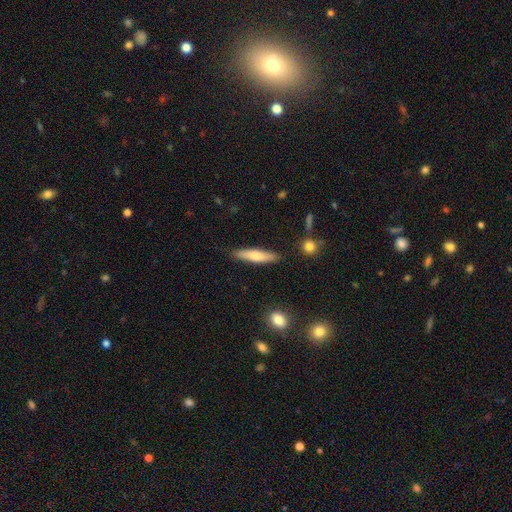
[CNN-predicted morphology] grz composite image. It shows a smooth galaxy with no disk features (67%) that is cigar-shaped (80%). Merging: none (86%).